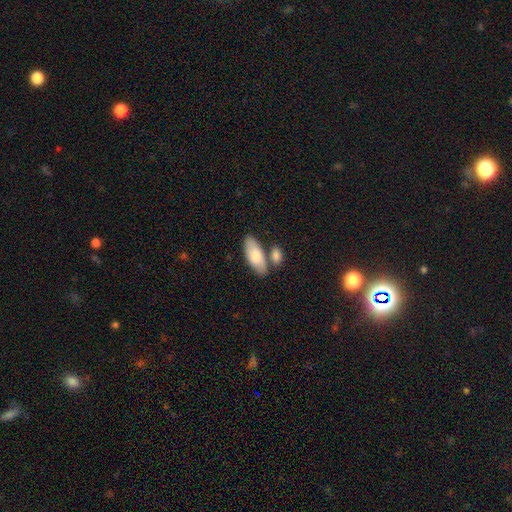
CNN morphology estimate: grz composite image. It shows a smooth galaxy with no disk features (80%) that is in between round and cigar-shaped (84%). Merging: none (60%).